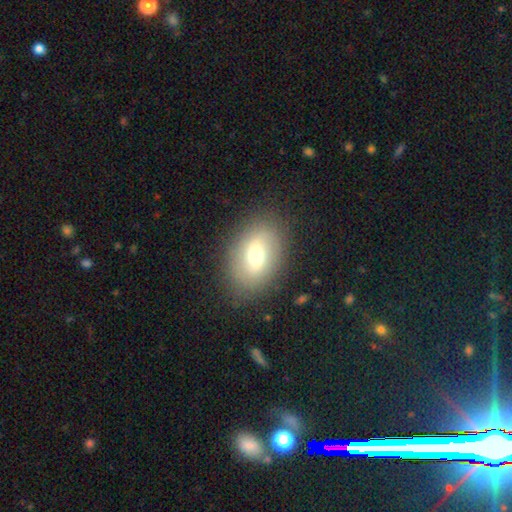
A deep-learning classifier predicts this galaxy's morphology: Overall: smooth (56%; featured or disk 34%). How rounded: in between (76%). Merging: none (84%).